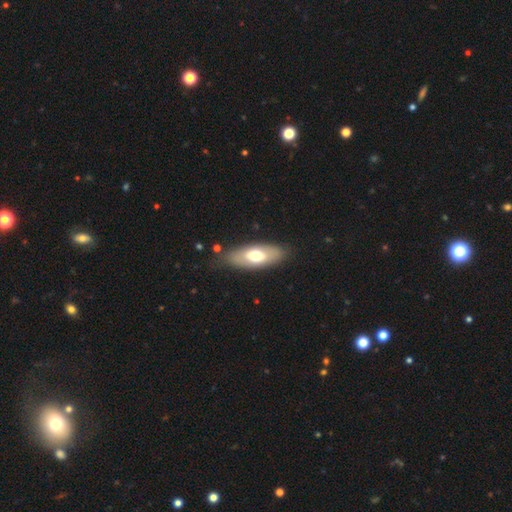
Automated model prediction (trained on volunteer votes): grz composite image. It shows a smooth galaxy with no disk features (62%) that is in between round and cigar-shaped (78%). Merging: none (80%).